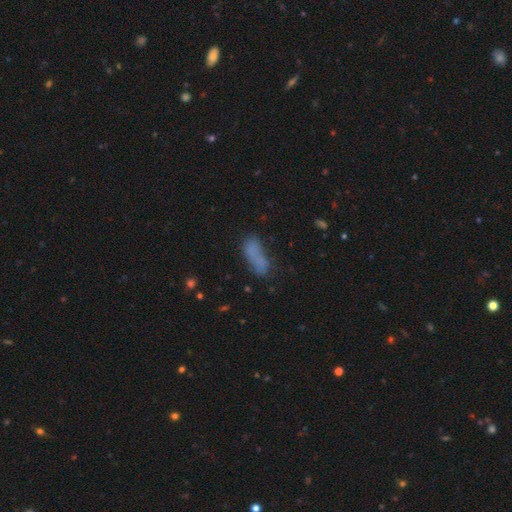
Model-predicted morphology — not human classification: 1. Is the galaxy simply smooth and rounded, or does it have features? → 69% smooth, 18% featured or disk, 13% star or artifact.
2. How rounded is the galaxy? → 65% in between, 31% cigar-shaped, 4% round.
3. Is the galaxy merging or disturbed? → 48% none, 23% minor disturbance, 16% merger, 14% major disturbance.